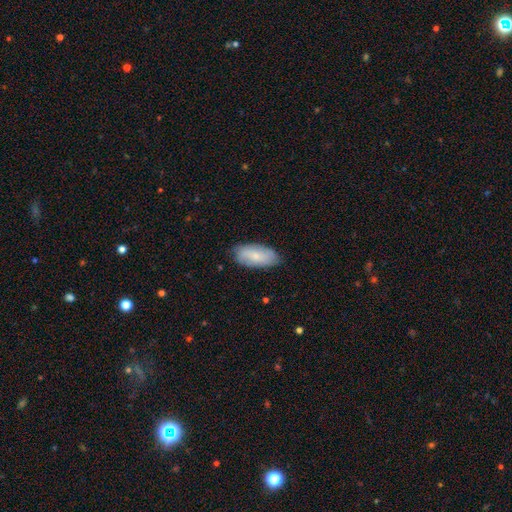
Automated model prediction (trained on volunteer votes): smooth_or_featured: smooth (p=0.64) [alt: featured or disk p=0.29]
how_rounded: in between (p=0.90) [alt: cigar-shaped p=0.08]
merging: none (p=0.81) [alt: minor disturbance p=0.15]